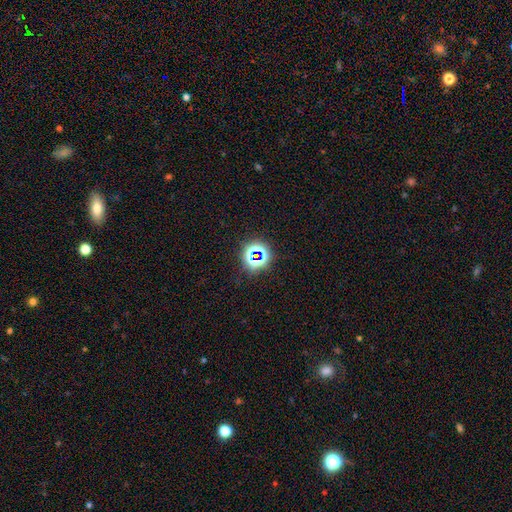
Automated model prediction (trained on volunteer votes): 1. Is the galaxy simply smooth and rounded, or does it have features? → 70% star or artifact, 21% smooth, 9% featured or disk.